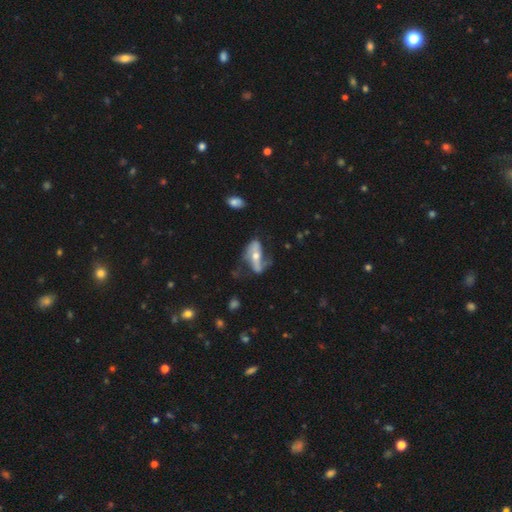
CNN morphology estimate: This appears to be a featured or disk galaxy (72%) with a strong bar (49%), spiral arms (78%) and a moderate central bulge (57%). Merging: none (50%).